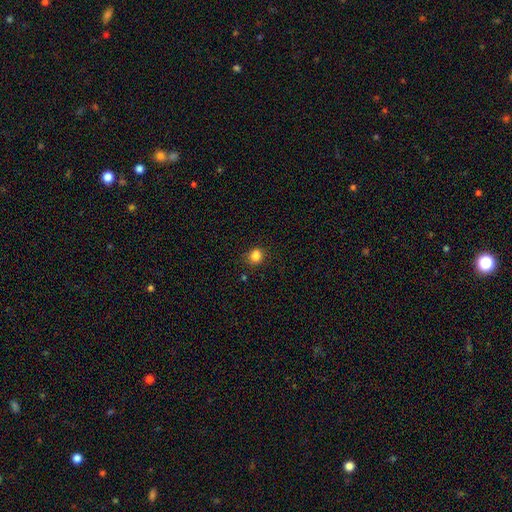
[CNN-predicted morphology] Smooth or featured?
  - smooth: 83% *
  - star or artifact: 12%
  - featured or disk: 5%
How rounded?
  - round: 74% *
  - in between: 25%
  - cigar-shaped: 1%
Merging?
  - none: 75% *
  - minor disturbance: 16%
  - merger: 5%
  - major disturbance: 4%